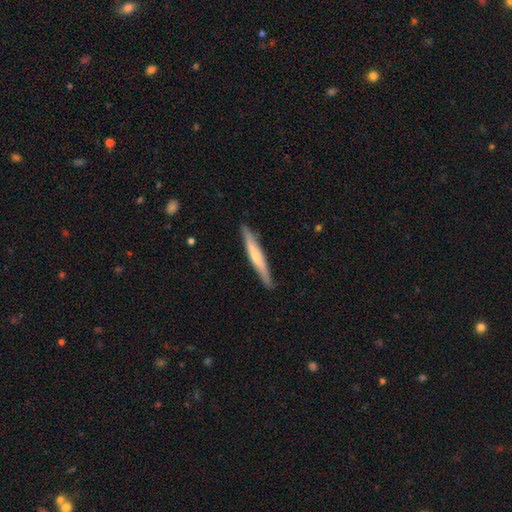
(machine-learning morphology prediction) Q: Smooth or featured?
A: featured or disk (50%); runner-up: smooth (45%)
Q: Merging?
A: none (88%); runner-up: minor disturbance (9%)